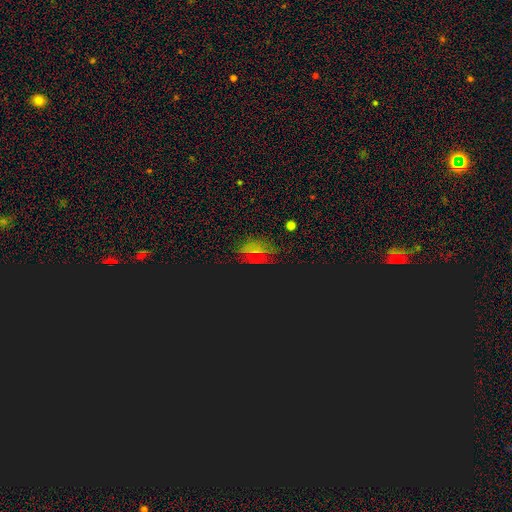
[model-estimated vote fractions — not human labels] This appears to be a star or artifact, not a galaxy (61%).